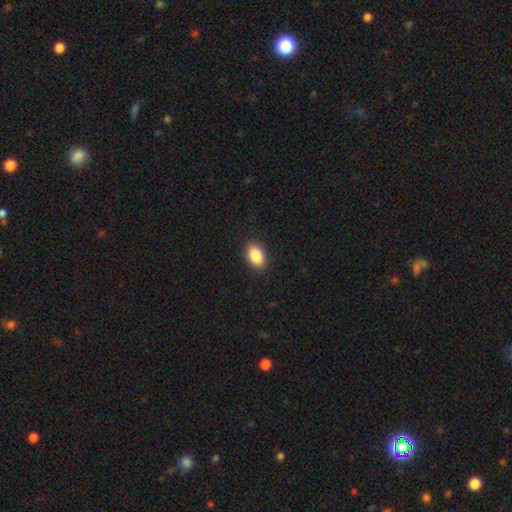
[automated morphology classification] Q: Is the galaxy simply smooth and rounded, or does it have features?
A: smooth — 88%.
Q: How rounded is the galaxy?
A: in between — 87%.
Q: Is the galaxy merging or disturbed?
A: none — 89%.